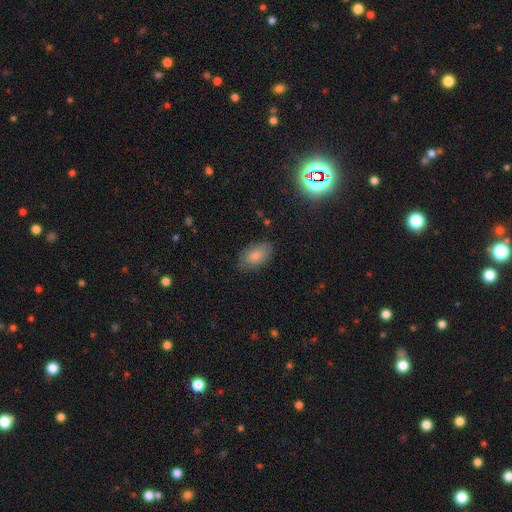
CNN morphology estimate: A smooth galaxy with no disk features (82%) that is in between round and cigar-shaped (92%). Merging: none (79%).